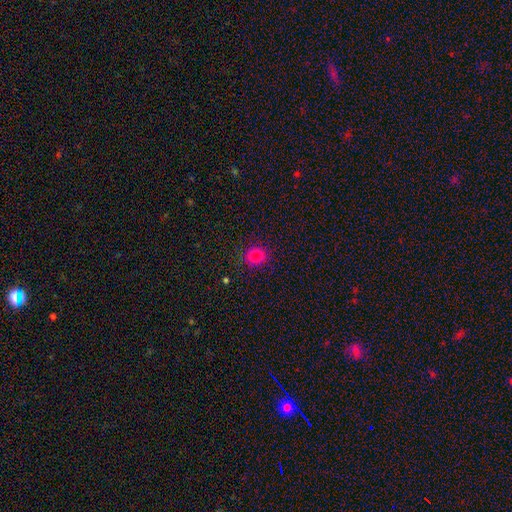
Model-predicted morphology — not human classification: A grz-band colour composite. It shows a smooth galaxy with no disk features (82%) that is round (79%). Merging: none (89%).